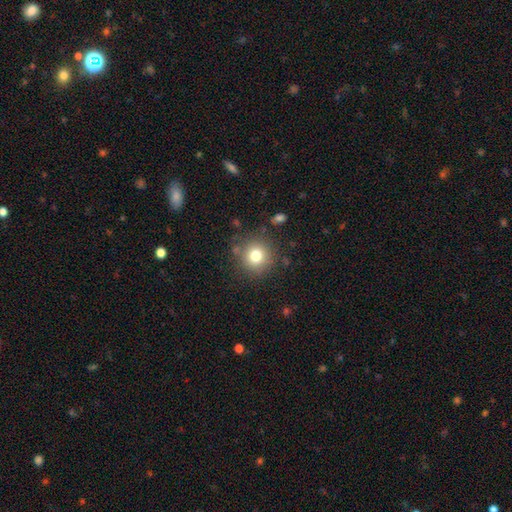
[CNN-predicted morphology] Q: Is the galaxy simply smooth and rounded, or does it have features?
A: smooth — 77%.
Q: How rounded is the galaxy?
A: round — 93%.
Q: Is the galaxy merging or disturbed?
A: none — 84%.